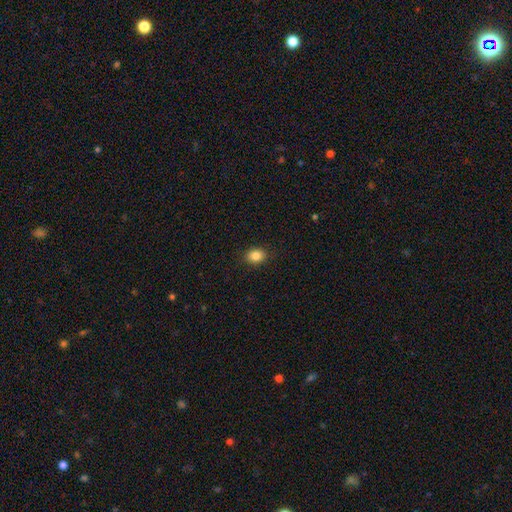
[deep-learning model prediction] The model was most divided on "how rounded": in between: 56%, round: 43%, cigar-shaped: 1%. More confident: merging — none (89%); smooth or featured — smooth (85%).